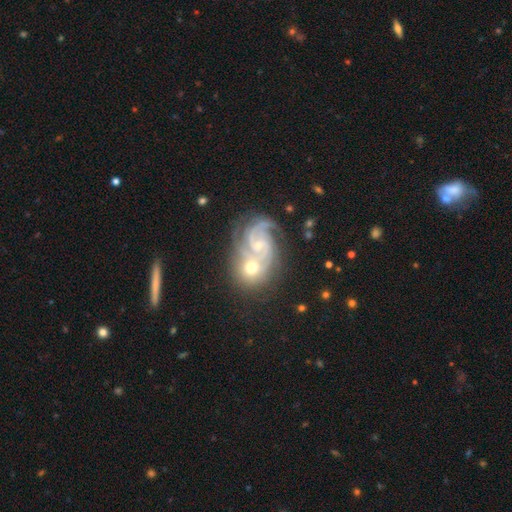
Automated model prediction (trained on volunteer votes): Overall: featured or disk (79%). Edge-on disk: no (96%). Bar: no (66%). Spiral arms: yes (94%). Spiral arm count: 2 (34%; 3 28%). Spiral winding: tight (51%; medium 38%). Bulge size: small (51%; moderate 42%). Merging: merger (41%; none 40%).